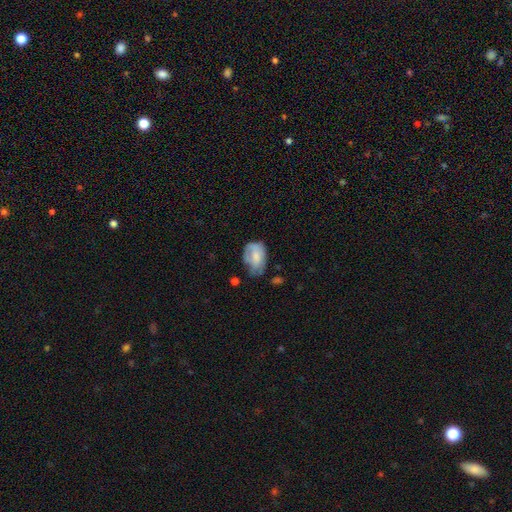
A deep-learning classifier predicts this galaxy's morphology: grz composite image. It shows a smooth galaxy with no disk features (64%) that is in between round and cigar-shaped (85%). Merging: minor disturbance (40%).